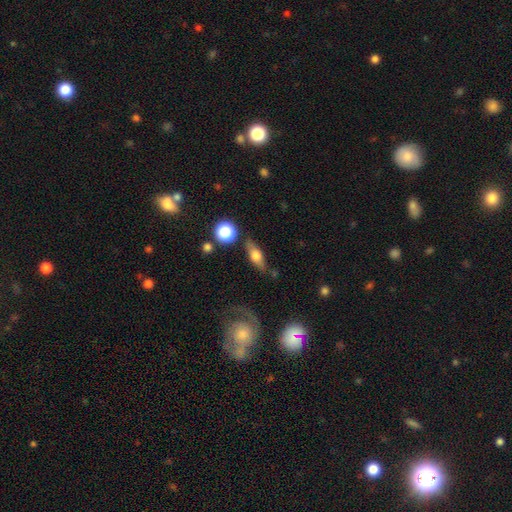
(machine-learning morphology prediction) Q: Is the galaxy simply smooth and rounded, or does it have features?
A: smooth — 50%.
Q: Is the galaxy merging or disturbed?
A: none — 67%.